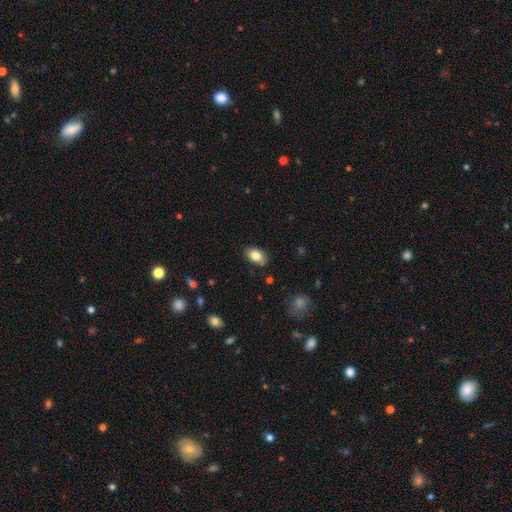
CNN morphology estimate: This is clearly a smooth galaxy (83%). How rounded: clearly in between (88%). Merging: clearly none (85%).